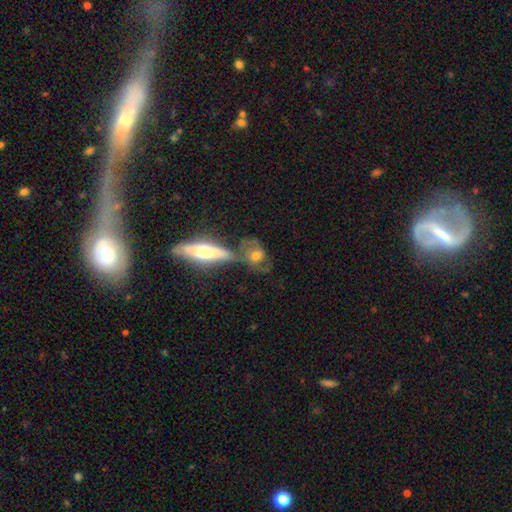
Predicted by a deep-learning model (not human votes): Smooth or featured?
  - featured or disk: 46% *
  - smooth: 44%
  - star or artifact: 10%
Merging?
  - merger: 39% *
  - none: 37%
  - minor disturbance: 14%
  - major disturbance: 10%